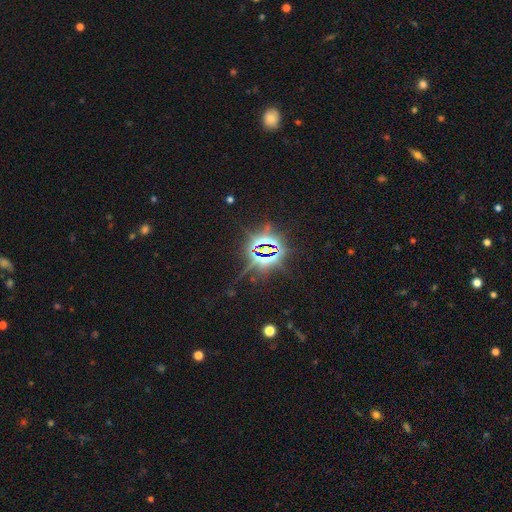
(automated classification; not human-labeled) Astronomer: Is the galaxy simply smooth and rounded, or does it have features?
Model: star or artifact — 84%.